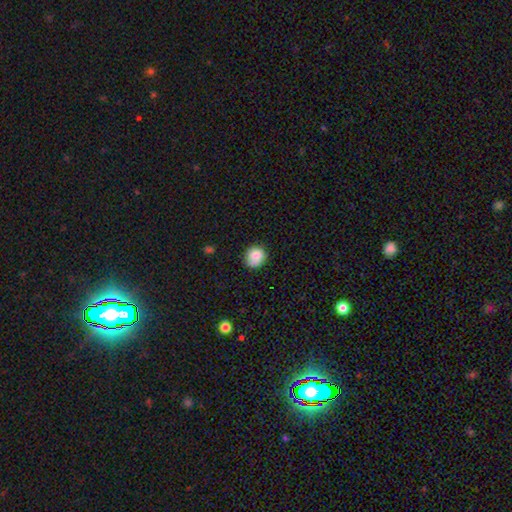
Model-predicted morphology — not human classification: Smooth or featured: smooth — 80% (featured or disk — 11%)
How rounded: round — 81% (in between — 18%)
Merging: none — 68% (minor disturbance — 22%)